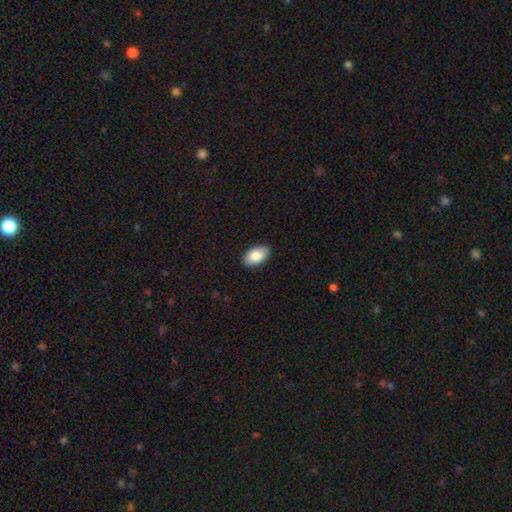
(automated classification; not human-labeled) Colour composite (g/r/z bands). It shows a smooth galaxy with no disk features (83%) that is in between round and cigar-shaped (94%). Merging: none (89%).